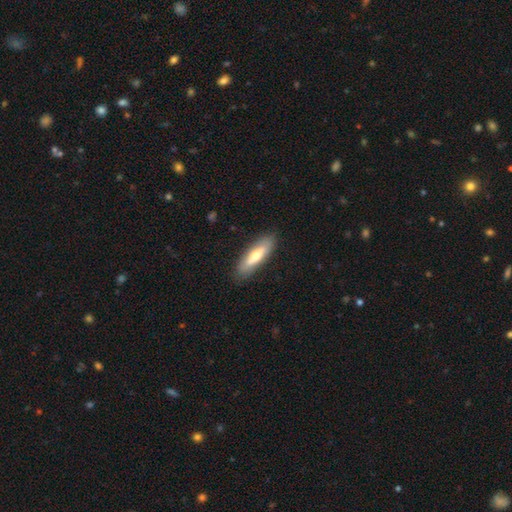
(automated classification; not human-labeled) The model was most divided on "how rounded": cigar-shaped: 56%, in between: 42%, round: 2%. More confident: merging — none (84%); smooth or featured — smooth (59%).